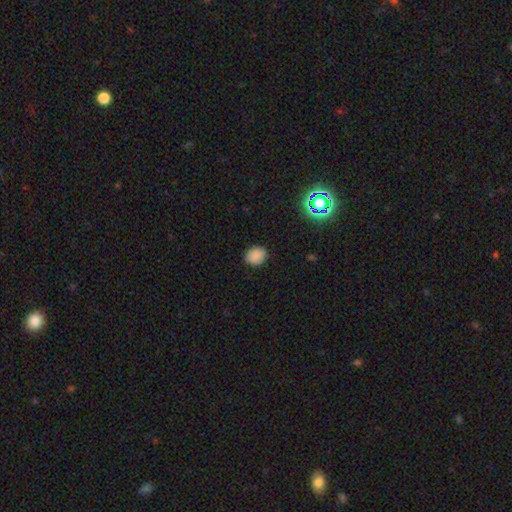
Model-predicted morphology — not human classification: smooth 85%, star or artifact 11%, featured or disk 4%. Down the decision tree: how rounded — round (54%); merging — none (83%).